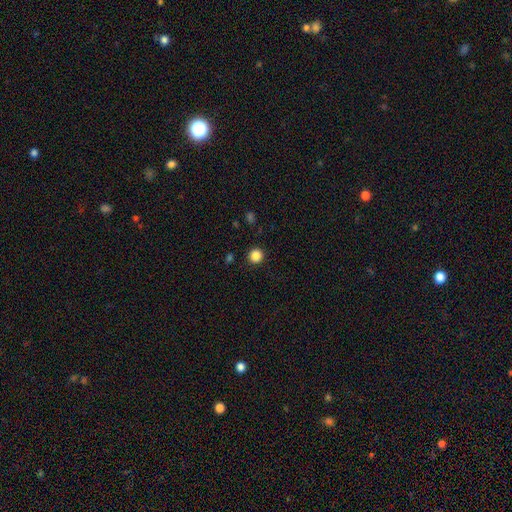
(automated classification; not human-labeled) Overall: smooth (86%). How rounded: round (95%). Merging: none (92%).